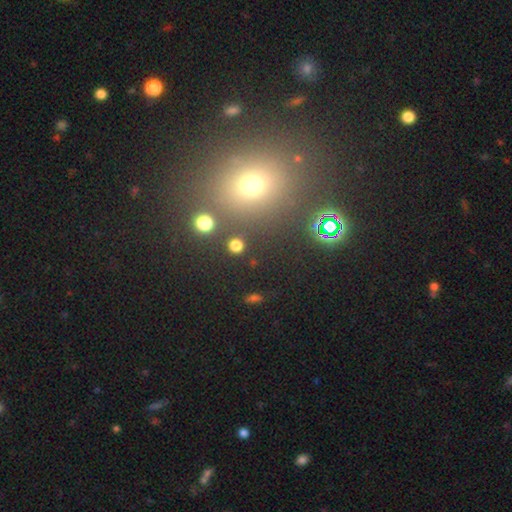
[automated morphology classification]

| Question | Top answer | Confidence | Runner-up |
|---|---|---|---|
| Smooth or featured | smooth | 56% | star or artifact (34%) |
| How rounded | round | 65% | in between (34%) |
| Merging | none | 83% | minor disturbance (8%) |